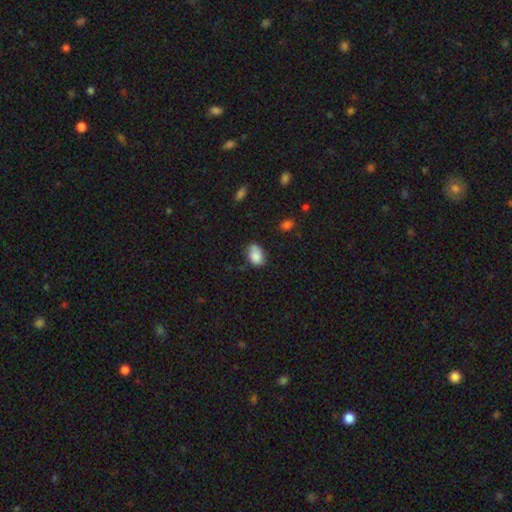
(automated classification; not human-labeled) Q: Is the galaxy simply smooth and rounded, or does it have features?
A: smooth — 84%.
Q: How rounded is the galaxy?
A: in between — 81%.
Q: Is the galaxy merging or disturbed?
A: none — 59%.